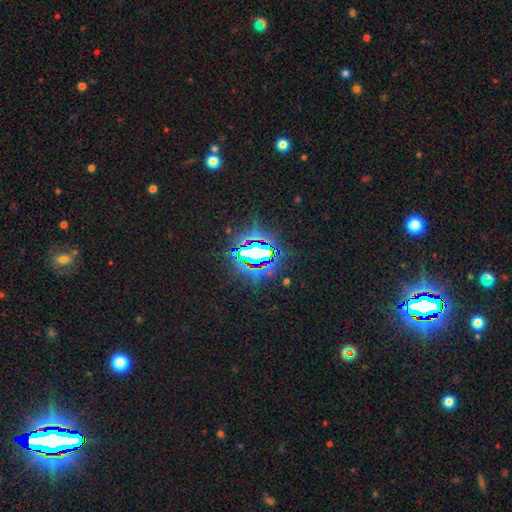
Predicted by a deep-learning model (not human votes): This is likely a star or artifact rather than a galaxy (77%).